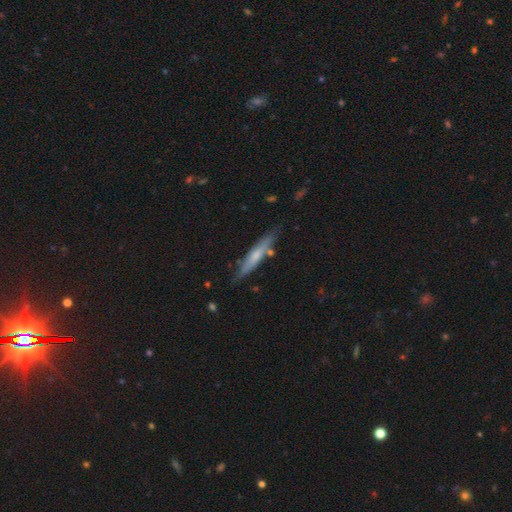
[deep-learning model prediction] smooth_or_featured: smooth (p=0.48) [alt: featured or disk p=0.46]
merging: none (p=0.78) [alt: minor disturbance p=0.15]